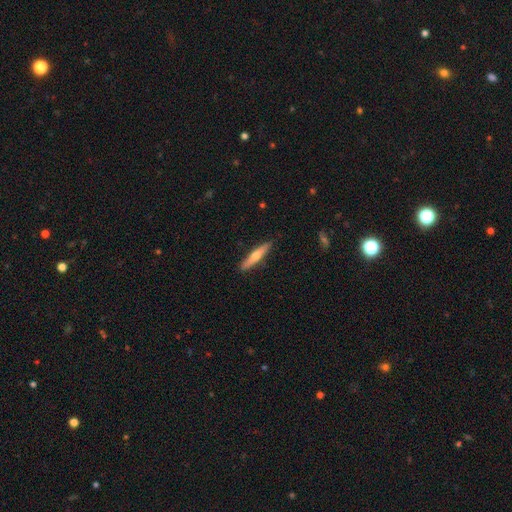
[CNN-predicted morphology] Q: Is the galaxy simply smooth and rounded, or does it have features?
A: featured or disk — 49%.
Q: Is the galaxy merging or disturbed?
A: none — 90%.